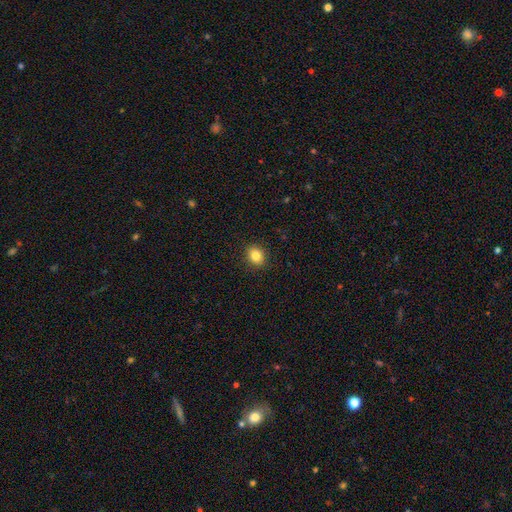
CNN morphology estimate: Smooth or featured? Predicted: smooth (p=0.83). How rounded? Predicted: round (p=0.63). Merging? Predicted: none (p=0.90).